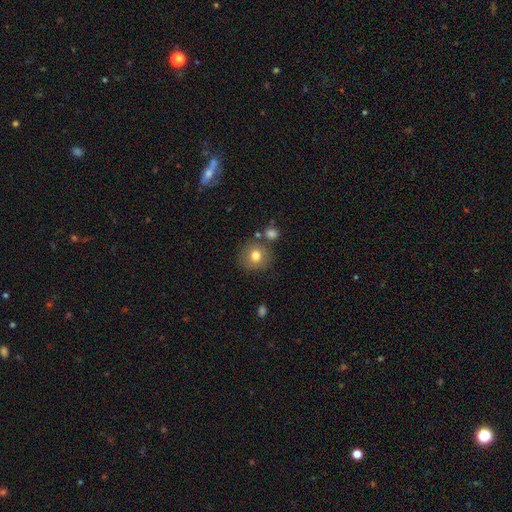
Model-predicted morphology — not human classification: type=smooth (77%); roundness=round (87%); merging=none (77%).